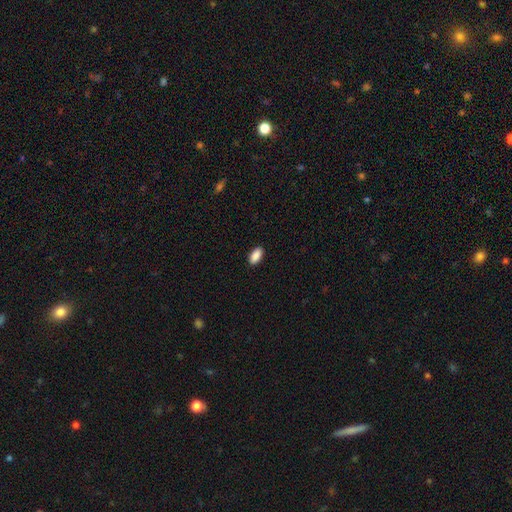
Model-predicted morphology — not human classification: smooth_or_featured: smooth (p=0.90) [alt: star or artifact p=0.07]
how_rounded: in between (p=0.92) [alt: cigar-shaped p=0.05]
merging: none (p=0.90) [alt: minor disturbance p=0.07]